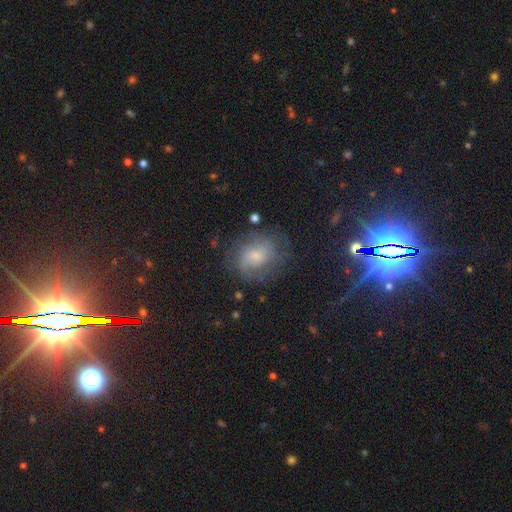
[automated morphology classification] type=smooth (45%); merging=none (60%).